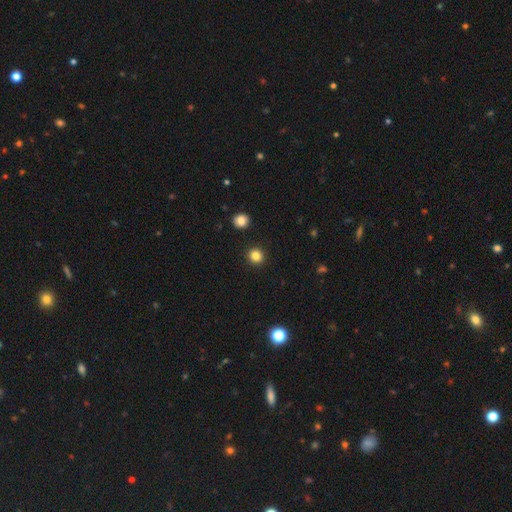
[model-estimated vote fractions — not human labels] Overall: smooth (84%). How rounded: round (90%). Merging: none (93%).